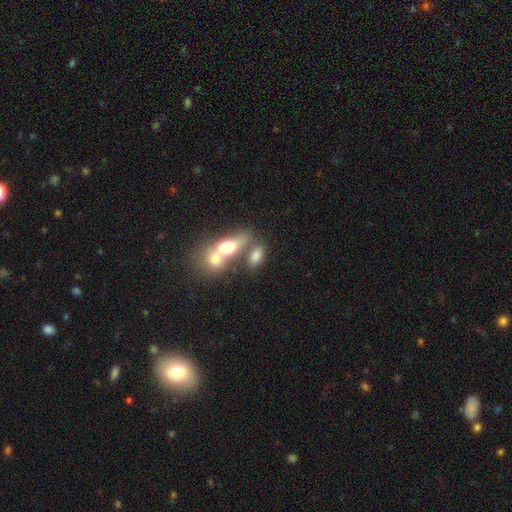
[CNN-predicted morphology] The model was most divided on "merging": merger: 47%, none: 36%, minor disturbance: 10%, major disturbance: 7%. More confident: how rounded — in between (79%); smooth or featured — smooth (74%).